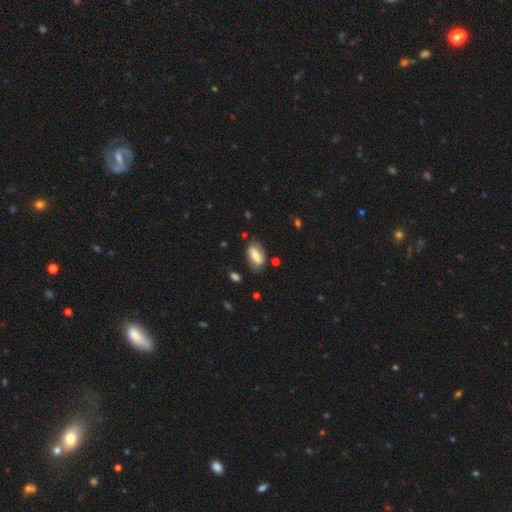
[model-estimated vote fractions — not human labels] Smooth or featured?
  - smooth: 55% *
  - featured or disk: 38%
  - star or artifact: 7%
How rounded?
  - in between: 87% *
  - cigar-shaped: 8%
  - round: 5%
Merging?
  - none: 74% *
  - minor disturbance: 18%
  - major disturbance: 5%
  - merger: 3%